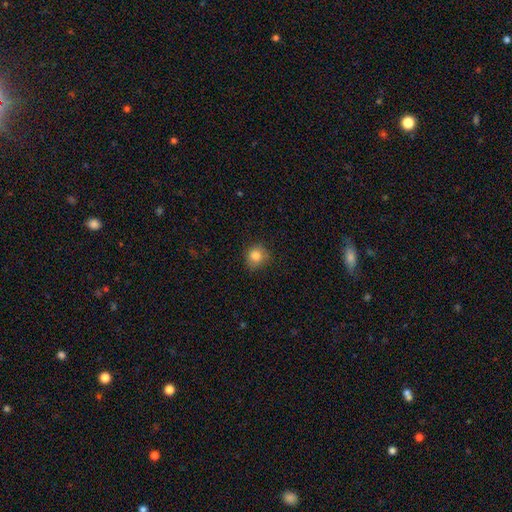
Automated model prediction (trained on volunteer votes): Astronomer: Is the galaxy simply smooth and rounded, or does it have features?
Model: smooth — 83%.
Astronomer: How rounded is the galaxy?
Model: round — 82%.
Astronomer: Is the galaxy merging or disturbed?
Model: none — 78%.